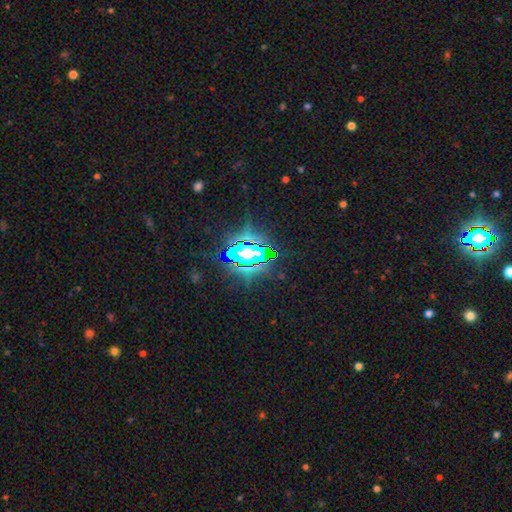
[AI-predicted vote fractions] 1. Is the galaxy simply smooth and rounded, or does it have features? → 76% star or artifact, 13% smooth, 11% featured or disk.